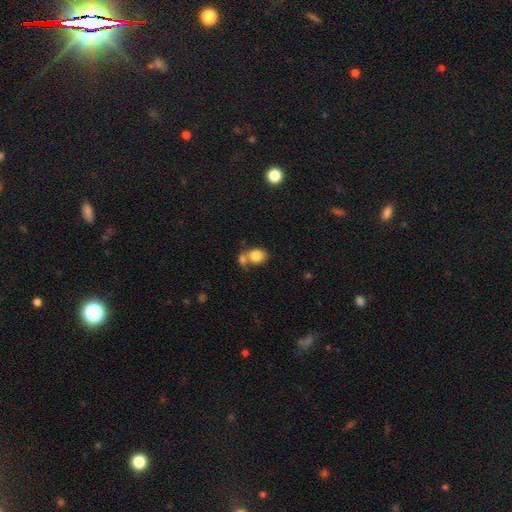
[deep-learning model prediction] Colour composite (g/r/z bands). It shows a smooth galaxy with no disk features (81%) that is round (53%). Merging: merger (48%).